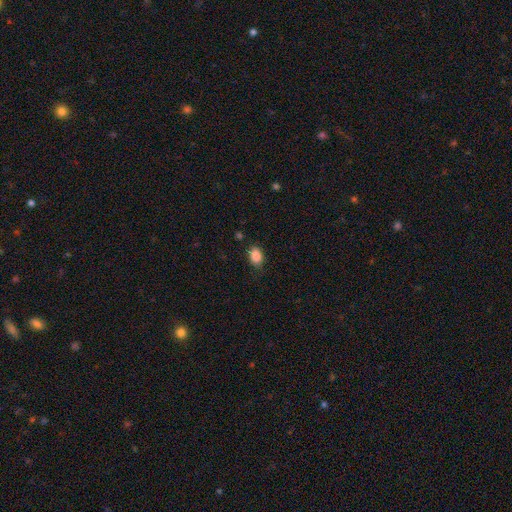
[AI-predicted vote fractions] Smooth or featured? smooth (88%)
How rounded? in between (80%)
Merging? none (79%)